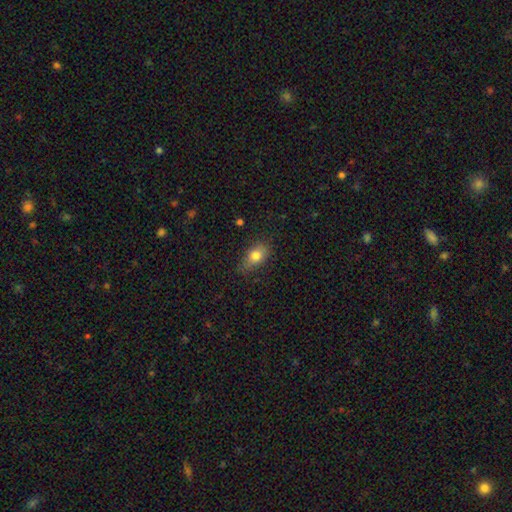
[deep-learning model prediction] A smooth galaxy with no disk features (79%) that is in between round and cigar-shaped (81%). Merging: none (73%).